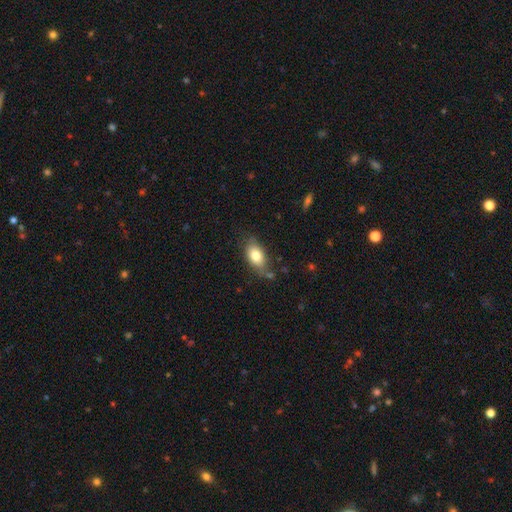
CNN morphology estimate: This appears to be a smooth galaxy with no disk features (79%) that is in between round and cigar-shaped (87%). Merging: none (66%).